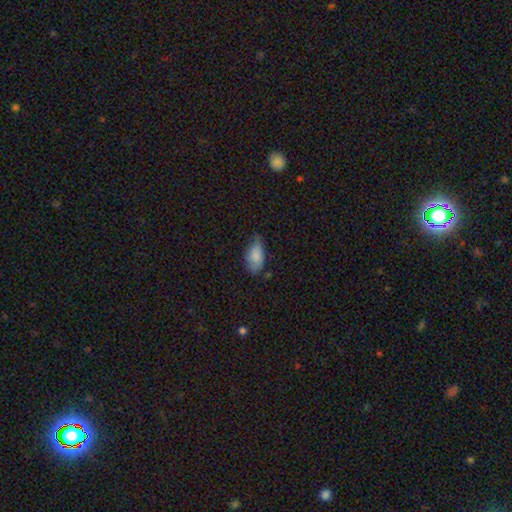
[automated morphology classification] Overall: smooth (84%). How rounded: in between (92%). Merging: none (53%; minor disturbance 37%).